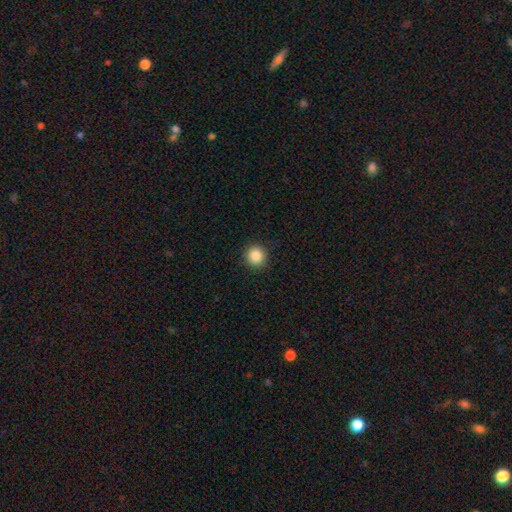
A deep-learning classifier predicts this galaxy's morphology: Smooth or featured: smooth — 86% (star or artifact — 10%)
How rounded: round — 93% (in between — 7%)
Merging: none — 92% (minor disturbance — 5%)